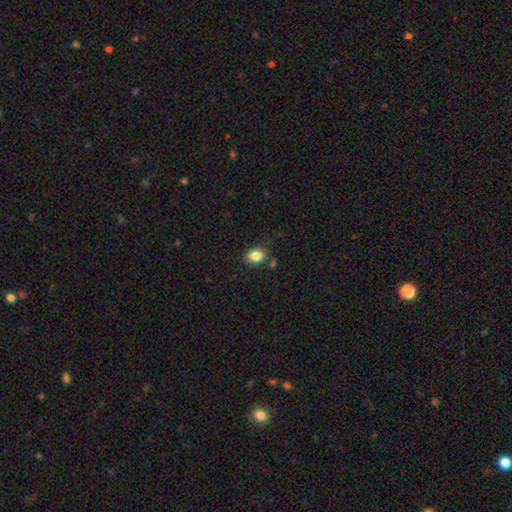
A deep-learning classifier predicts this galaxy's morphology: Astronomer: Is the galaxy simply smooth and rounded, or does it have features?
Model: smooth — 84%.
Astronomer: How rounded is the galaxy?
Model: in between — 66%.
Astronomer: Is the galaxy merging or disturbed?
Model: none — 80%.